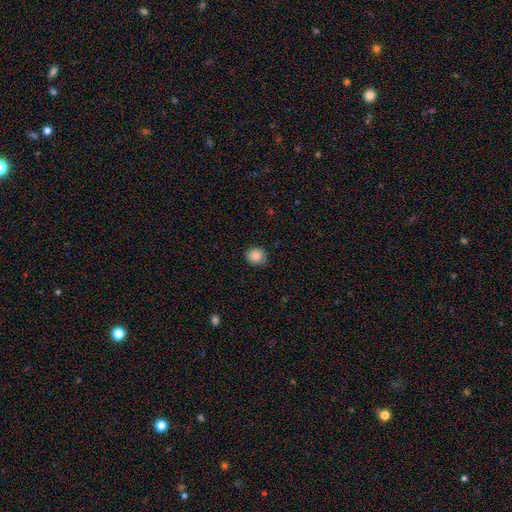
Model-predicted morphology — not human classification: This appears to be a smooth galaxy with no disk features (87%) that is round (86%). Merging: none (80%).